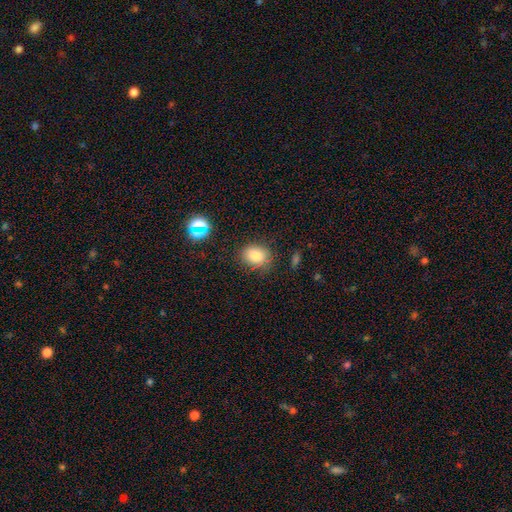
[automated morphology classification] smooth_or_featured: smooth (p=0.79) [alt: star or artifact p=0.13]
how_rounded: in between (p=0.52) [alt: round p=0.47]
merging: none (p=0.77) [alt: minor disturbance p=0.16]